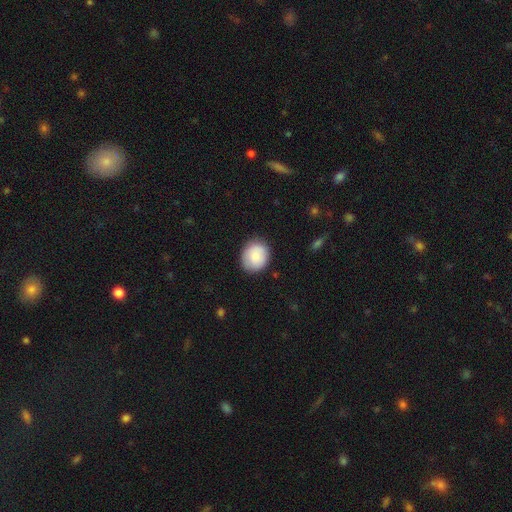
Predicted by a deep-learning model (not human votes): smooth_or_featured: smooth (p=0.84) [alt: featured or disk p=0.09]
how_rounded: round (p=0.75) [alt: in between p=0.24]
merging: none (p=0.85) [alt: minor disturbance p=0.11]